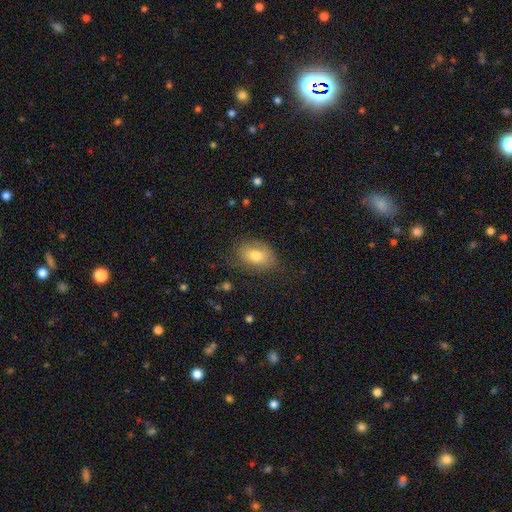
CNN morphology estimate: smooth 74%, featured or disk 18%, star or artifact 8%. Down the decision tree: how rounded — in between (85%); merging — none (68%).